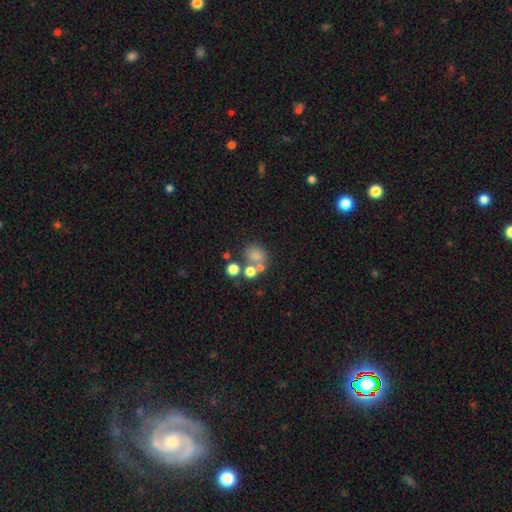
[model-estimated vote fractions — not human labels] The model was most divided on "merging": none: 48%, merger: 32%, minor disturbance: 11%, major disturbance: 8%. More confident: smooth or featured — smooth (69%); how rounded — round (68%).